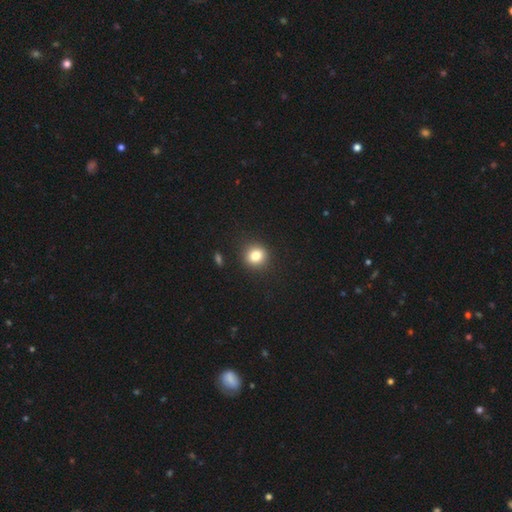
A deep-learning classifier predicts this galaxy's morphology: The model was most divided on "smooth or featured": smooth: 82%, star or artifact: 11%, featured or disk: 7%. More confident: merging — none (90%); how rounded — round (87%).